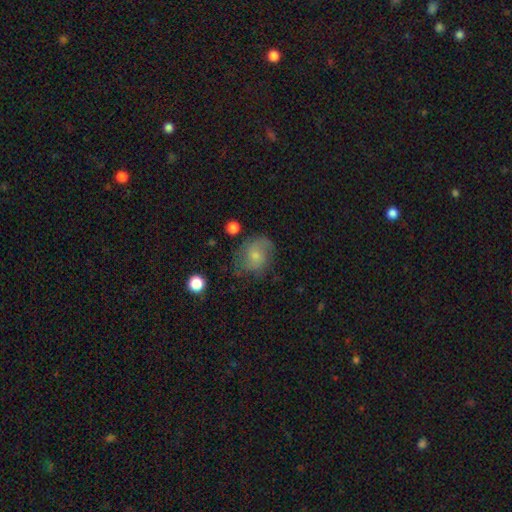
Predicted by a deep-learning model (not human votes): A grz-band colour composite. It shows a featured or disk galaxy (44%). Merging: none (66%).